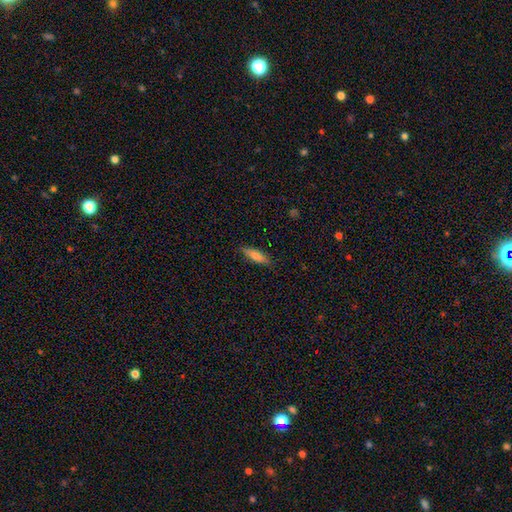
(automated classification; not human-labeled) Smooth or featured: smooth — 74% (featured or disk — 20%)
How rounded: cigar-shaped — 56% (in between — 42%)
Merging: none — 84% (minor disturbance — 12%)